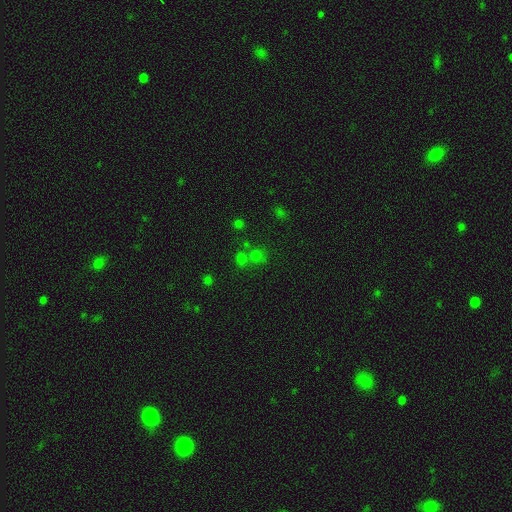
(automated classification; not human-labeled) This is possibly a smooth galaxy (58%). How rounded: clearly round (82%). Merging: possibly none (56%).